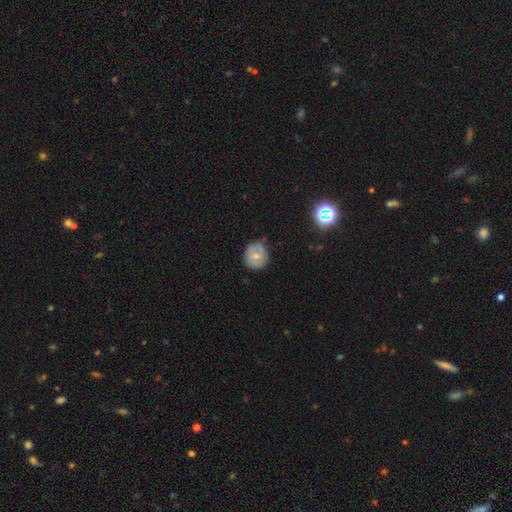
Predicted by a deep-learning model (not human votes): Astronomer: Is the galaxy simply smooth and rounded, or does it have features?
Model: smooth — 61%.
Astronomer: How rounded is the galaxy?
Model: round — 85%.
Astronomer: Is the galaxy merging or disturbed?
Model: none — 70%.